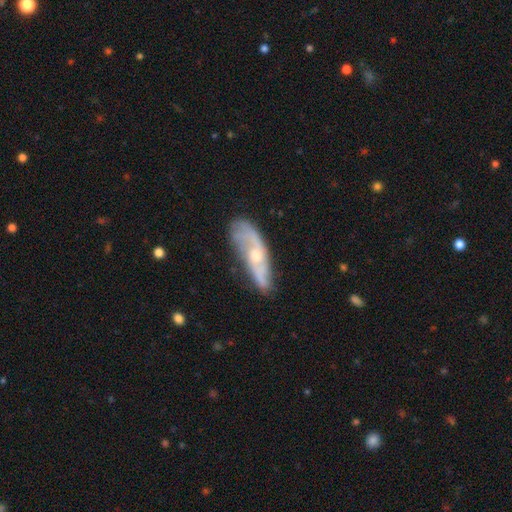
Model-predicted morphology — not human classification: This is likely a featured or disk galaxy (70%). It is likely not viewed edge-on (80%). Bar: likely no (67%). Spiral arm pattern: clearly yes (85%). Central bulge: possibly moderate (54%). Merging: possibly none (58%).